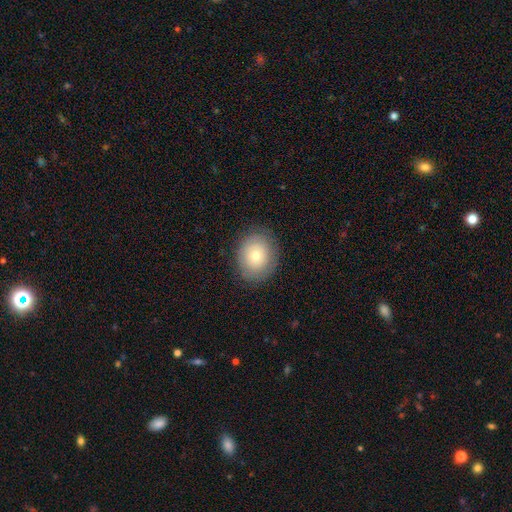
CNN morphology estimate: Q: Smooth or featured?
A: smooth (71%); runner-up: featured or disk (20%)
Q: How rounded?
A: round (61%); runner-up: in between (38%)
Q: Merging?
A: none (84%); runner-up: minor disturbance (11%)